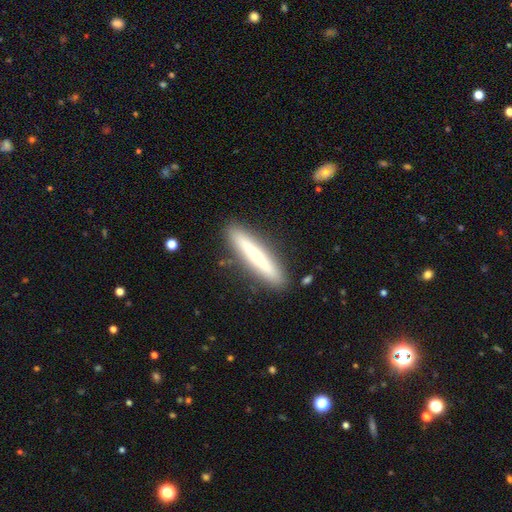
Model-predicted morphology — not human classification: Smooth or featured?
  - featured or disk: 51% *
  - smooth: 43%
  - star or artifact: 6%
Edge-on disk?
  - yes: 91% *
  - no: 9%
Merging?
  - none: 89% *
  - minor disturbance: 8%
  - major disturbance: 2%
  - merger: 2%